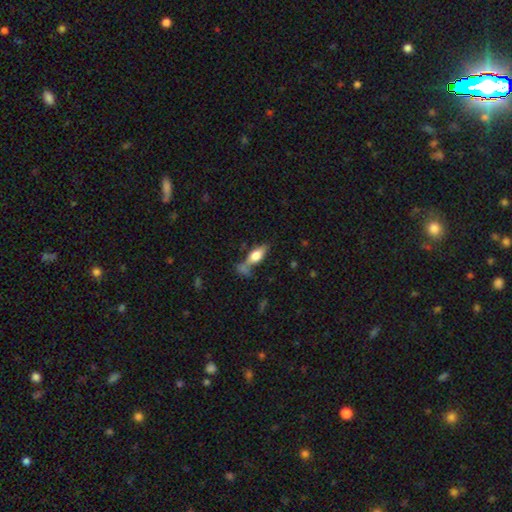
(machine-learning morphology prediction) Smooth or featured?
  - smooth: 49% *
  - featured or disk: 43%
  - star or artifact: 8%
Merging?
  - none: 53% *
  - minor disturbance: 19%
  - merger: 17%
  - major disturbance: 10%